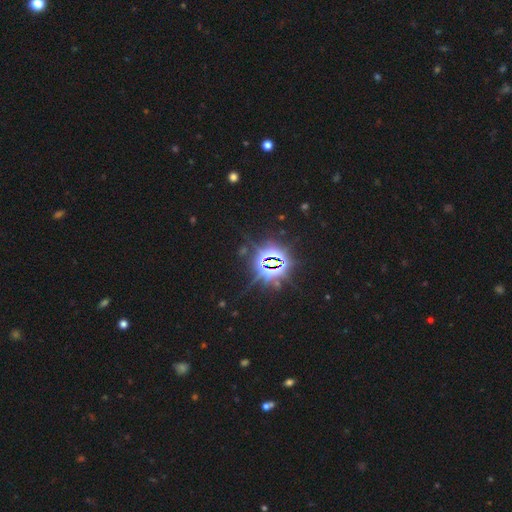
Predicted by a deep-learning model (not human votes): Overall: star or artifact (84%).